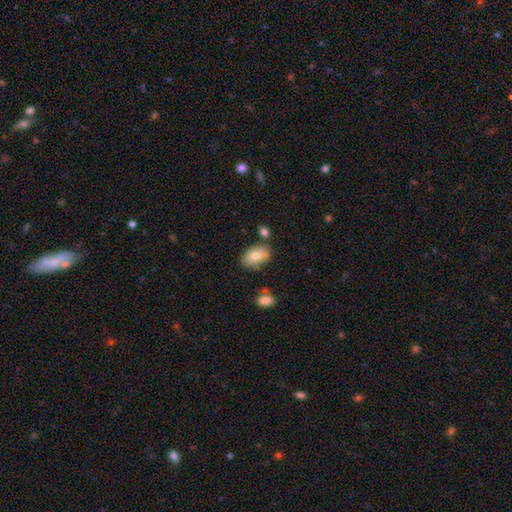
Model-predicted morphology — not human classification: Smooth or featured? Predicted: smooth (p=0.77). How rounded? Predicted: in between (p=0.92). Merging? Predicted: none (p=0.71).